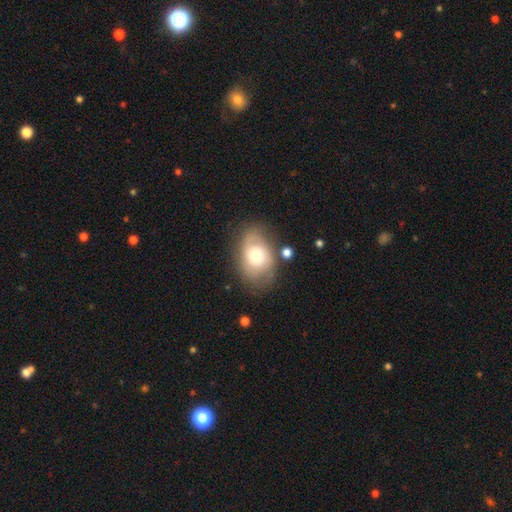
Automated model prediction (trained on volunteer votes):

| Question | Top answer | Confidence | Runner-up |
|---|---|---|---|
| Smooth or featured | smooth | 61% | featured or disk (31%) |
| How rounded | in between | 81% | round (18%) |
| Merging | none | 63% | minor disturbance (23%) |